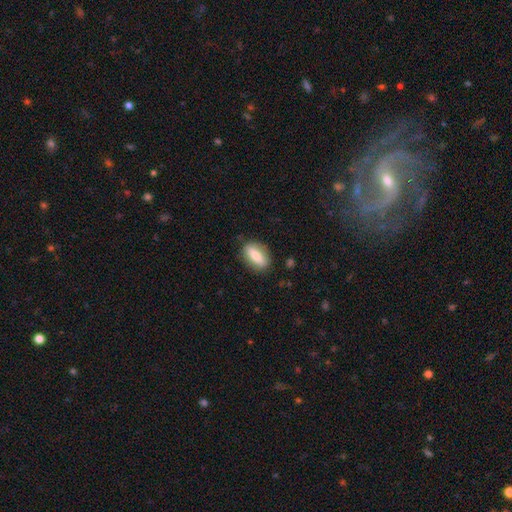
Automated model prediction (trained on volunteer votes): smooth-or-featured: smooth: 69% | featured or disk: 25% | star or artifact: 7%
  how-rounded: in between: 74% | cigar-shaped: 21% | round: 6%
  merging: none: 84% | minor disturbance: 12% | major disturbance: 3% | merger: 1%